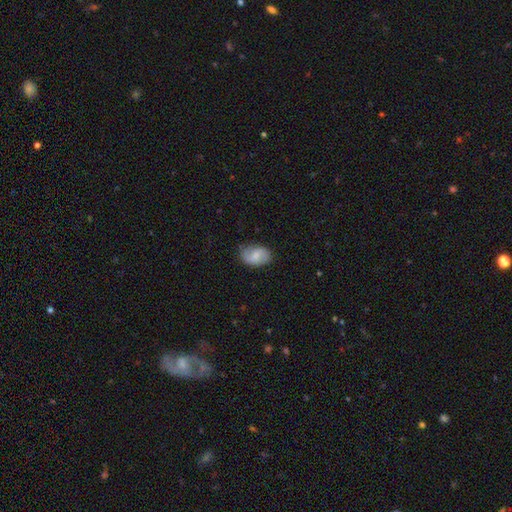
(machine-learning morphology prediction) Smooth or featured? smooth (63%)
How rounded? in between (85%)
Merging? none (69%)